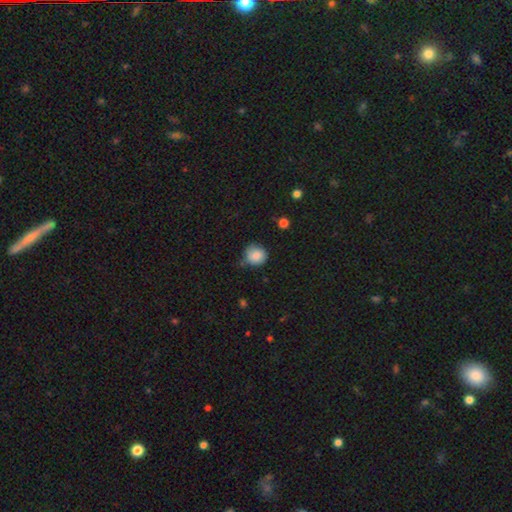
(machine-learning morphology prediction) smooth 86%, star or artifact 8%, featured or disk 6%. Down the decision tree: how rounded — round (86%); merging — none (73%).